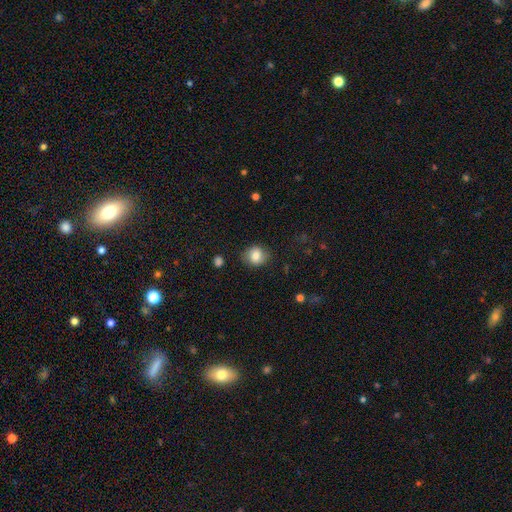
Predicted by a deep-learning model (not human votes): Smooth or featured?
  - smooth: 81% *
  - featured or disk: 10%
  - star or artifact: 9%
How rounded?
  - round: 74% *
  - in between: 25%
  - cigar-shaped: 1%
Merging?
  - none: 82% *
  - minor disturbance: 13%
  - major disturbance: 4%
  - merger: 1%